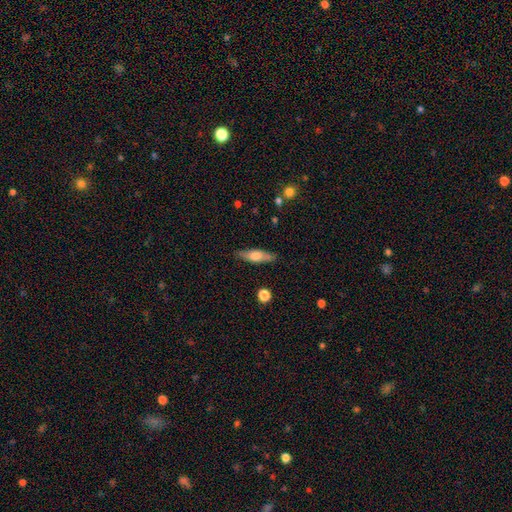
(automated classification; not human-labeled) smooth 57%, featured or disk 36%, star or artifact 7%. Down the decision tree: how rounded — cigar-shaped (57%); merging — none (84%).